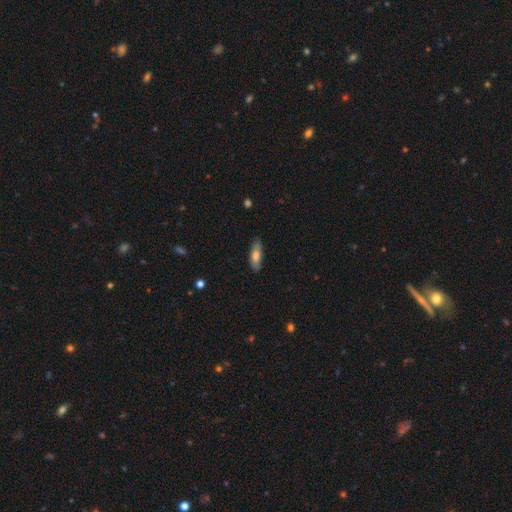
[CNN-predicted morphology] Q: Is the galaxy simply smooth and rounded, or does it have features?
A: smooth — 71%.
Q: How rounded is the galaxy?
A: in between — 51%.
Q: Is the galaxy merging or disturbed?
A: none — 84%.